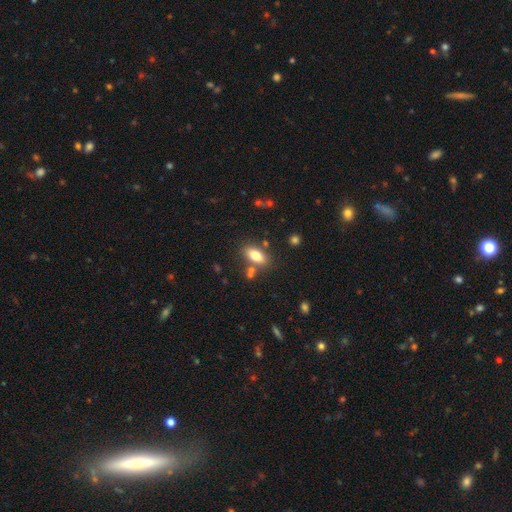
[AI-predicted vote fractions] Smooth or featured: smooth — 77% (featured or disk — 15%)
How rounded: in between — 87% (cigar-shaped — 8%)
Merging: none — 73% (minor disturbance — 13%)